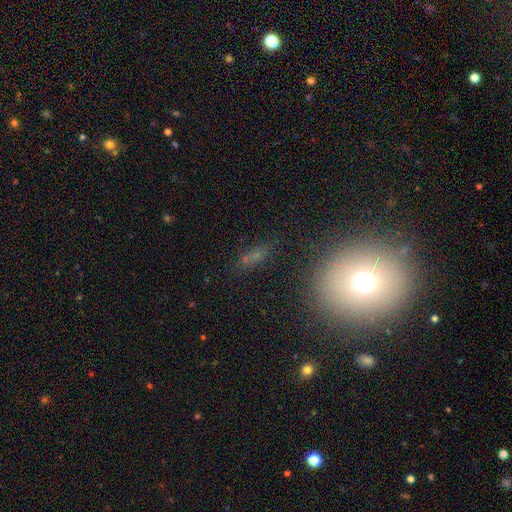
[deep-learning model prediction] smooth_or_featured: smooth (p=0.50) [alt: star or artifact p=0.31]
how_rounded: in between (p=0.57) [alt: cigar-shaped p=0.27]
merging: none (p=0.72) [alt: minor disturbance p=0.15]